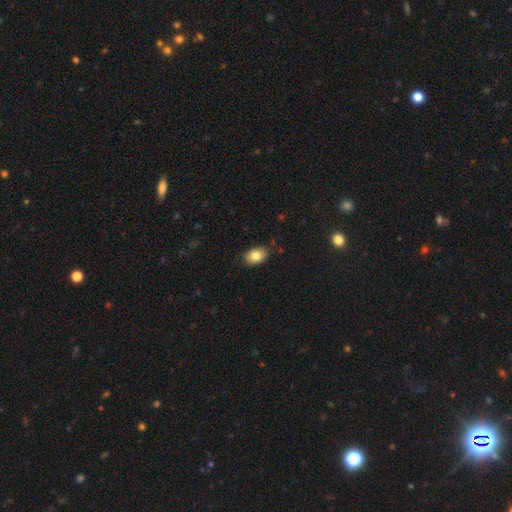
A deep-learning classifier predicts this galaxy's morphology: A smooth galaxy with no disk features (82%) that is in between round and cigar-shaped (86%).

Vote fractions:
- Smooth or featured? smooth: 82% / featured or disk: 10% / star or artifact: 8%
- How rounded? in between: 86% / round: 13% / cigar-shaped: 1%
- Merging? none: 85% / minor disturbance: 11% / major disturbance: 2% / merger: 1%